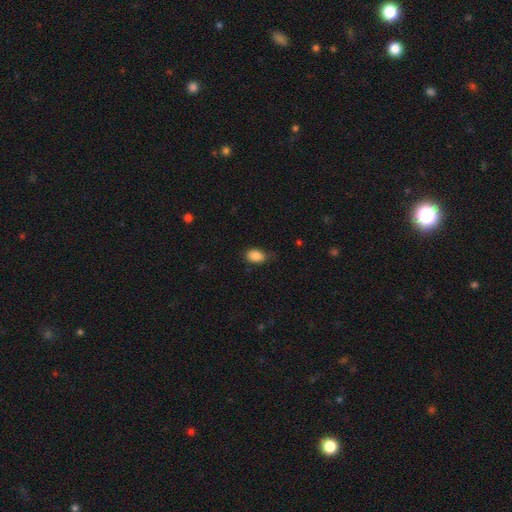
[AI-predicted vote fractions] A smooth galaxy with no disk features (87%) that is in between round and cigar-shaped (85%).

Vote fractions:
- Smooth or featured? smooth: 87% / star or artifact: 8% / featured or disk: 5%
- How rounded? in between: 85% / round: 14% / cigar-shaped: 1%
- Merging? none: 71% / minor disturbance: 23% / major disturbance: 4% / merger: 1%